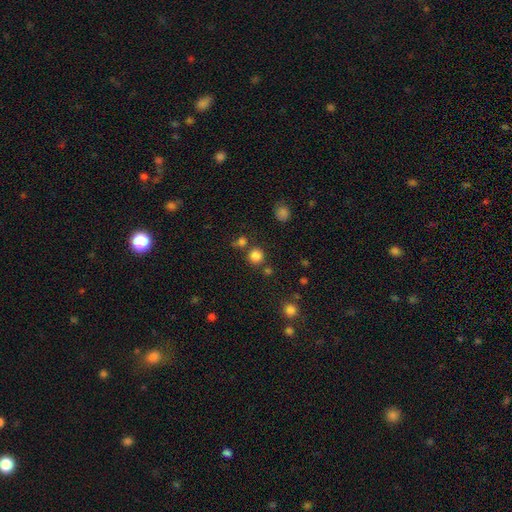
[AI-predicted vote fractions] The model was most divided on "merging": none: 77%, merger: 11%, minor disturbance: 8%, major disturbance: 4%. More confident: how rounded — round (92%); smooth or featured — smooth (81%).